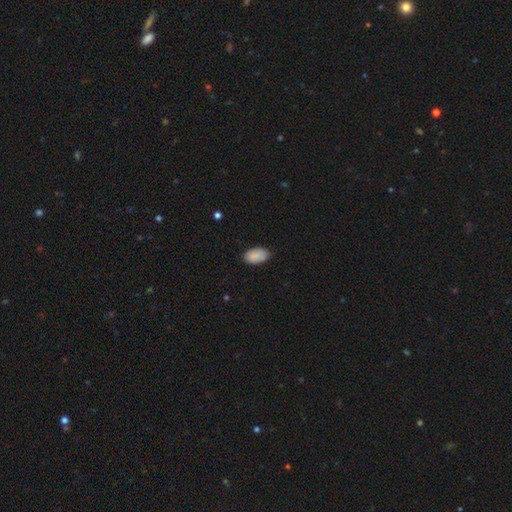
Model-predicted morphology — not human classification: Overall: smooth (87%). How rounded: in between (94%). Merging: none (79%).